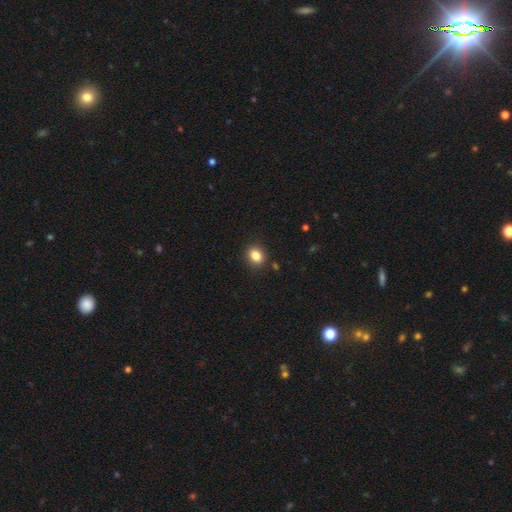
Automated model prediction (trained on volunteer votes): Overall: smooth (84%). How rounded: round (57%; in between 42%). Merging: none (88%).